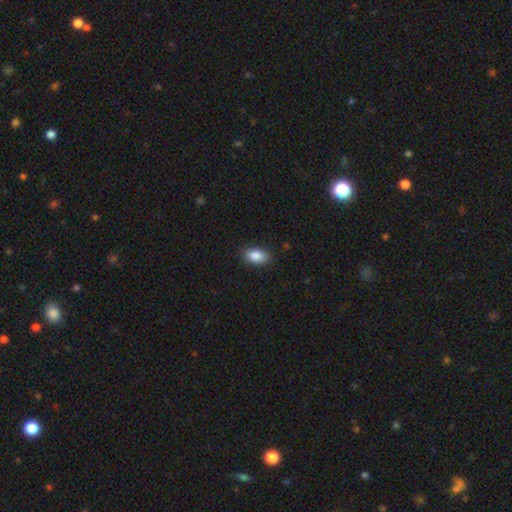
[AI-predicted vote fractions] Smooth or featured?
  - smooth: 87% *
  - star or artifact: 7%
  - featured or disk: 5%
How rounded?
  - in between: 92% *
  - round: 5%
  - cigar-shaped: 3%
Merging?
  - none: 86% *
  - minor disturbance: 11%
  - major disturbance: 2%
  - merger: 1%